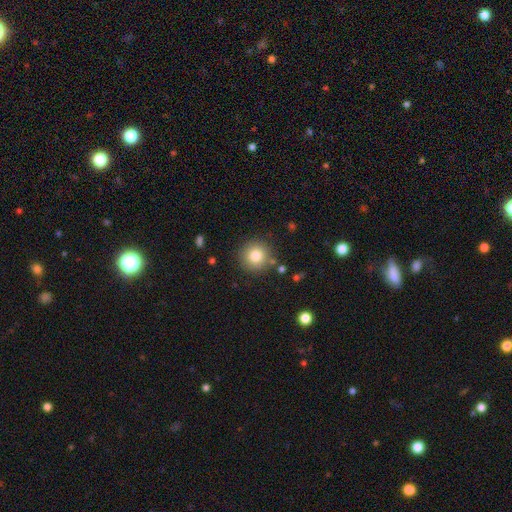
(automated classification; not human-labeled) A smooth galaxy with no disk features (82%) that is round (95%).

Vote fractions:
- Smooth or featured? smooth: 82% / star or artifact: 10% / featured or disk: 8%
- How rounded? round: 95% / in between: 4% / cigar-shaped: 1%
- Merging? none: 86% / minor disturbance: 8% / merger: 3% / major disturbance: 3%